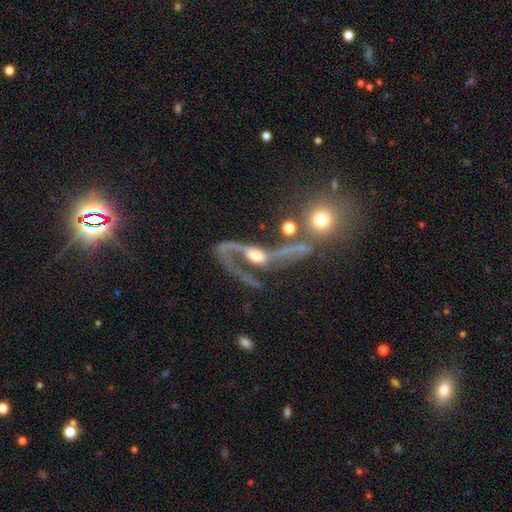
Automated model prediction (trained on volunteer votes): Smooth or featured: featured or disk — 77% (smooth — 14%)
Edge-on disk: no — 89% (yes — 11%)
Bar: no — 50% (weak — 29%)
Spiral arms: yes — 81% (no — 19%)
Spiral winding: loose — 68% (medium — 24%)
Spiral arm count: 2 — 66% (1 — 25%)
Bulge size: moderate — 51% (large — 22%)
Merging: major disturbance — 36% (none — 27%)